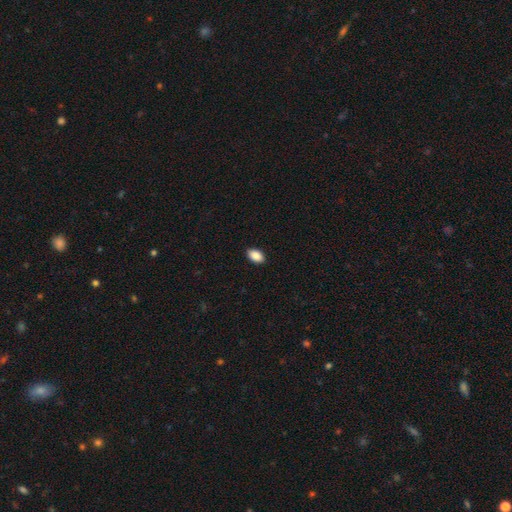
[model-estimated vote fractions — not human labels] This is clearly a smooth galaxy (90%). How rounded: clearly in between (91%). Merging: clearly none (90%).